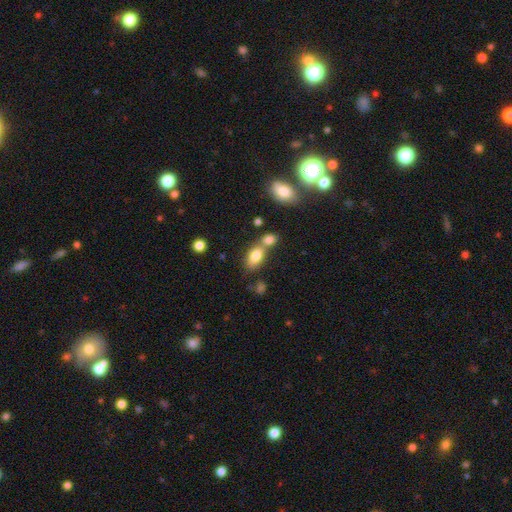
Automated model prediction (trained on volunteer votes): Overall: smooth (80%). How rounded: in between (86%). Merging: none (43%; merger 41%).